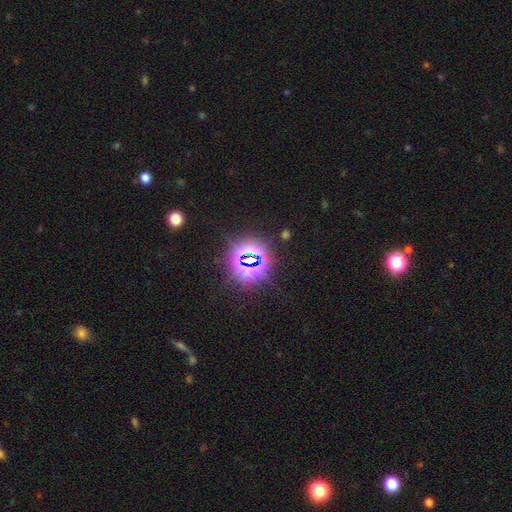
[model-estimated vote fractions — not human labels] smooth-or-featured: star or artifact: 80% | smooth: 13% | featured or disk: 8%